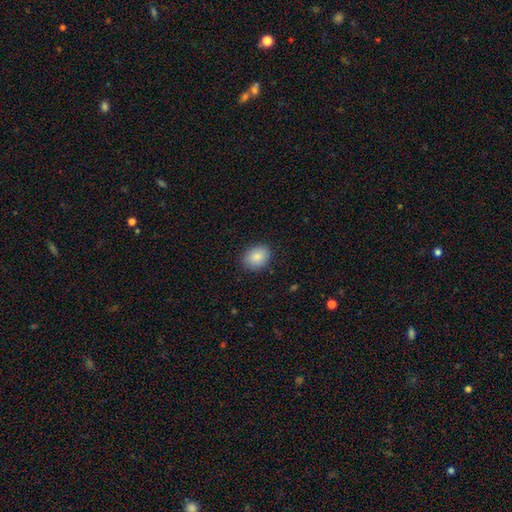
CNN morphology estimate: This appears to be a smooth galaxy with no disk features (88%) that is in between round and cigar-shaped (63%). Merging: none (88%).